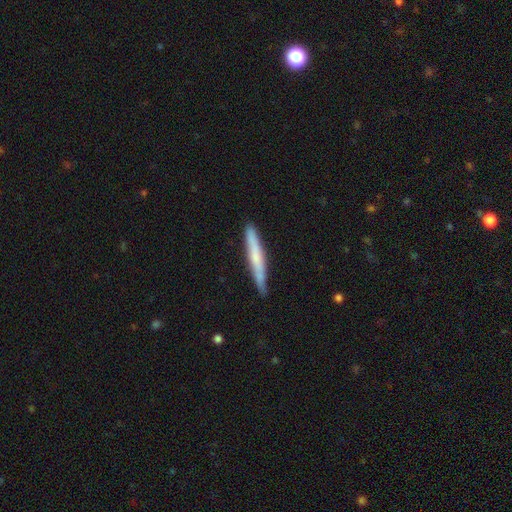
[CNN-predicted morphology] The model was most divided on "smooth or featured": smooth: 56%, featured or disk: 39%, star or artifact: 6%. More confident: how rounded — cigar-shaped (96%); merging — none (84%).